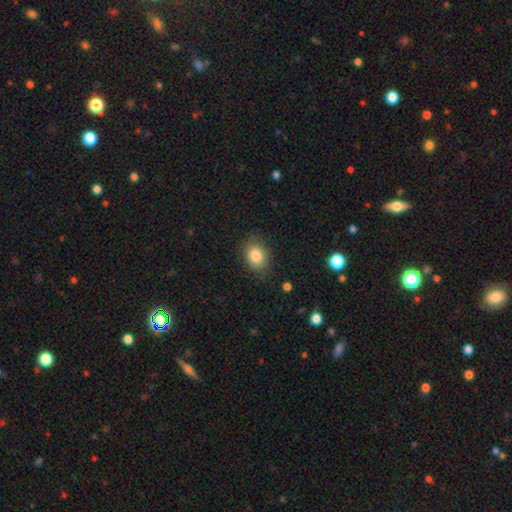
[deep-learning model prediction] This is clearly a smooth galaxy (84%). How rounded: likely in between (60%). Merging: clearly none (81%).